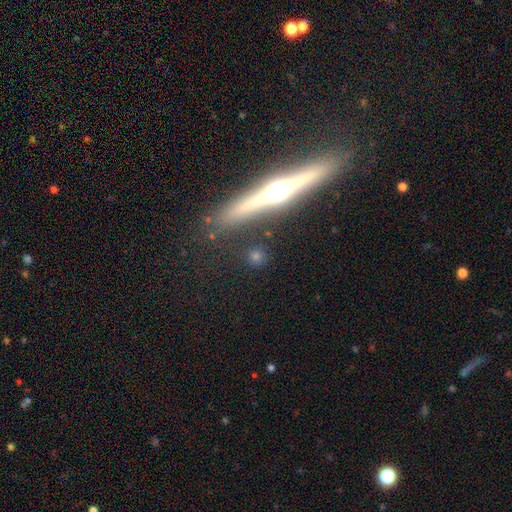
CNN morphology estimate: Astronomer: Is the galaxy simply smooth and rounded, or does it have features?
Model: featured or disk — 55% (runner-up: smooth, 32%).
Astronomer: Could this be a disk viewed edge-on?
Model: yes — 92%.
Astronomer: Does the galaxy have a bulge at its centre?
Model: rounded — 91%.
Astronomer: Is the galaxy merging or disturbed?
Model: none — 85%.